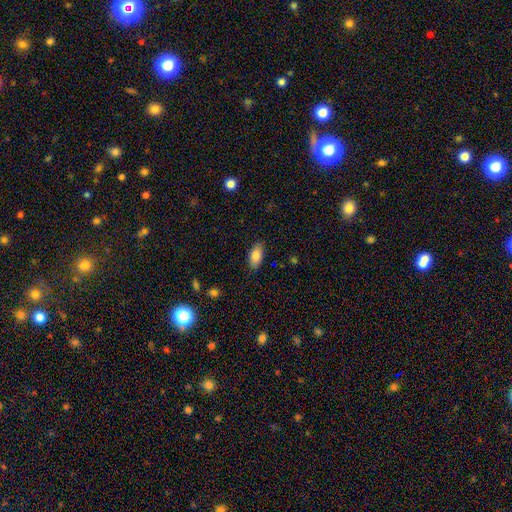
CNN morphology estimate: This is clearly a smooth galaxy (85%). How rounded: clearly in between (91%). Merging: clearly none (86%).